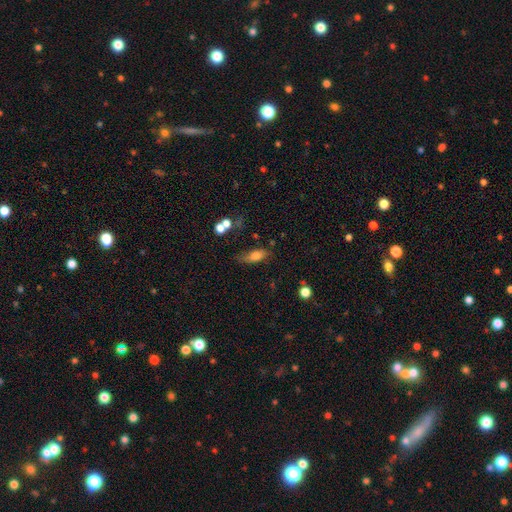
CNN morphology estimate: A smooth galaxy with no disk features (73%) that is in between round and cigar-shaped (74%).

Vote fractions:
- Smooth or featured? smooth: 73% / featured or disk: 18% / star or artifact: 9%
- How rounded? in between: 74% / cigar-shaped: 21% / round: 5%
- Merging? none: 63% / minor disturbance: 23% / major disturbance: 8% / merger: 6%